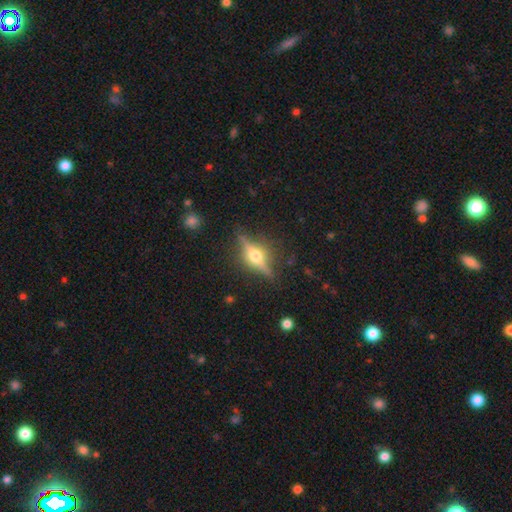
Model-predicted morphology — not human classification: The model was most divided on "smooth or featured": featured or disk: 75%, smooth: 16%, star or artifact: 9%. More confident: edge-on bulge — rounded (95%); edge-on disk — yes (94%); merging — none (84%).